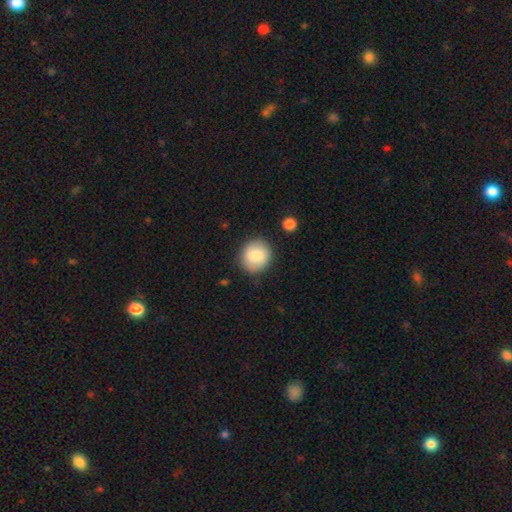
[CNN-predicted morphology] smooth-or-featured: smooth: 82% | featured or disk: 11% | star or artifact: 7%
  how-rounded: round: 80% | in between: 19% | cigar-shaped: 1%
  merging: none: 83% | minor disturbance: 12% | major disturbance: 3% | merger: 2%